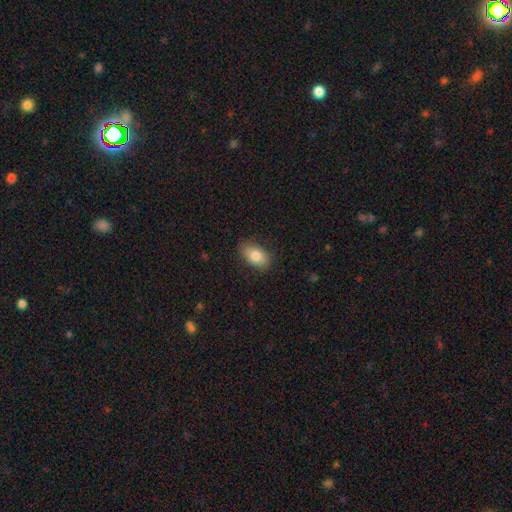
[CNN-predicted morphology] smooth 82%, featured or disk 10%, star or artifact 8%. Down the decision tree: how rounded — in between (88%); merging — none (80%).